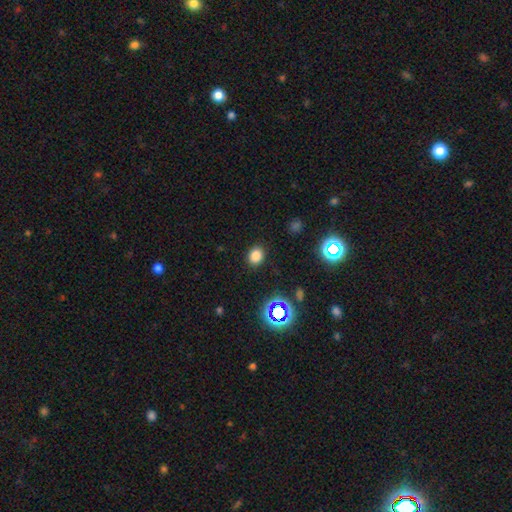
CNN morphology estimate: Q: Smooth or featured?
A: smooth (79%); runner-up: star or artifact (16%)
Q: How rounded?
A: round (57%); runner-up: in between (42%)
Q: Merging?
A: none (87%); runner-up: minor disturbance (8%)